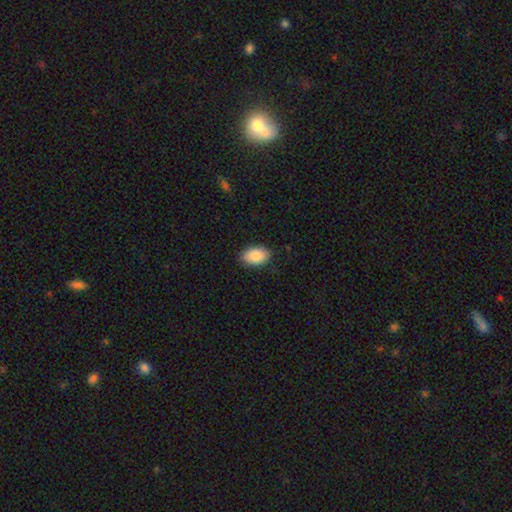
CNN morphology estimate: This is clearly a smooth galaxy (89%). How rounded: clearly in between (91%). Merging: clearly none (87%).